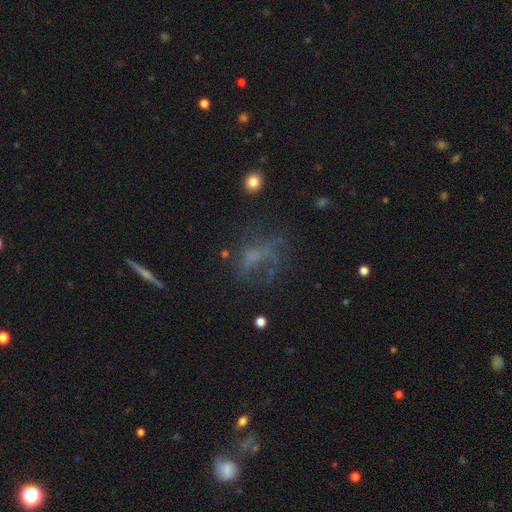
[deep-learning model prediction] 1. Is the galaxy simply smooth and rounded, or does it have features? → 43% featured or disk, 31% smooth, 26% star or artifact.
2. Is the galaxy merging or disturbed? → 44% none, 32% major disturbance, 20% minor disturbance, 4% merger.